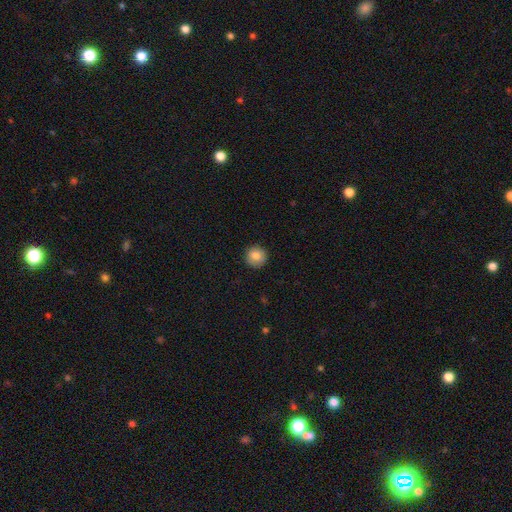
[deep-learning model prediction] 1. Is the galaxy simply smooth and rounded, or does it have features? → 84% smooth, 9% star or artifact, 7% featured or disk.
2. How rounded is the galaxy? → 95% round, 4% in between, 1% cigar-shaped.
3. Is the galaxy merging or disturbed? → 91% none, 6% minor disturbance, 2% major disturbance, 1% merger.